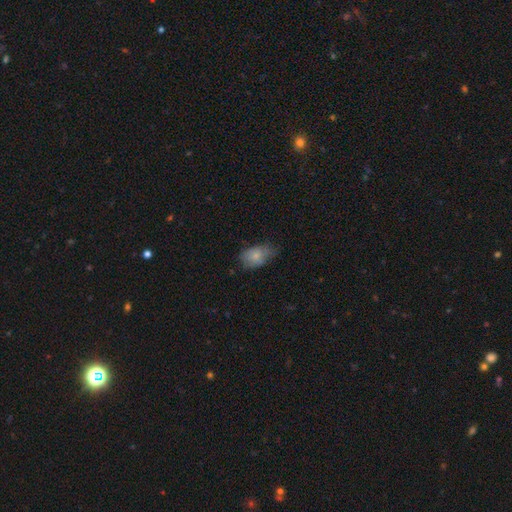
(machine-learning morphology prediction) Smooth or featured? smooth (77%)
How rounded? in between (89%)
Merging? none (50%)